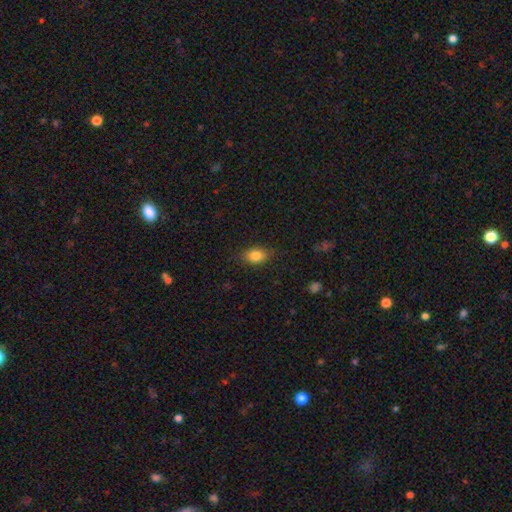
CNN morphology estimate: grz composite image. It shows a smooth galaxy with no disk features (83%) that is in between round and cigar-shaped (76%). Merging: none (82%).